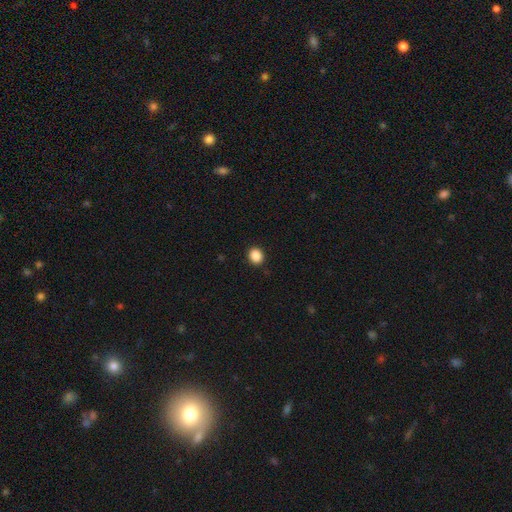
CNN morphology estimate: The model was most divided on "how rounded": round: 73%, in between: 26%, cigar-shaped: 1%. More confident: merging — none (91%); smooth or featured — smooth (88%).